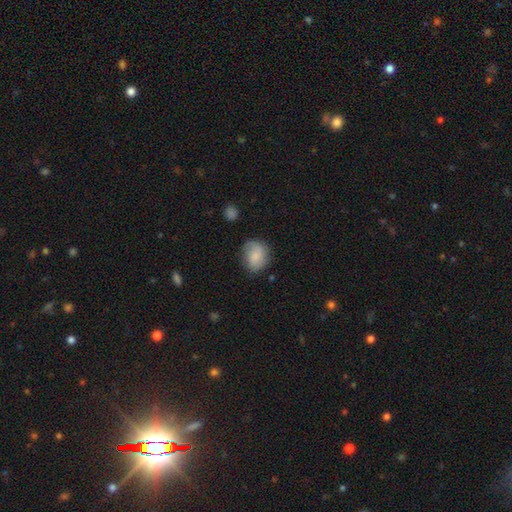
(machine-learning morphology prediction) smooth_or_featured: smooth (p=0.72) [alt: featured or disk p=0.20]
how_rounded: round (p=0.57) [alt: in between p=0.42]
merging: none (p=0.70) [alt: minor disturbance p=0.22]